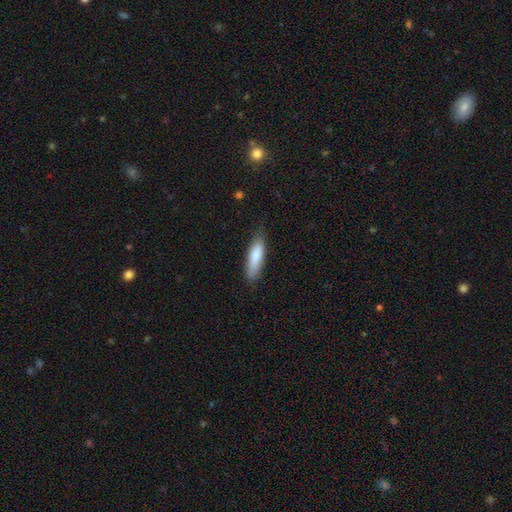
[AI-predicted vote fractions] smooth-or-featured: smooth: 82% | featured or disk: 12% | star or artifact: 6%
  how-rounded: cigar-shaped: 60% | in between: 38% | round: 1%
  merging: none: 76% | minor disturbance: 19% | major disturbance: 3% | merger: 1%